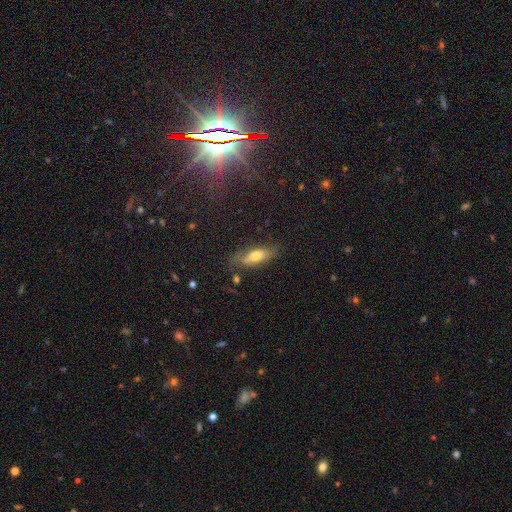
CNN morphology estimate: smooth-or-featured: smooth: 60% | featured or disk: 30% | star or artifact: 9%
  how-rounded: in between: 60% | cigar-shaped: 37% | round: 3%
  merging: none: 69% | minor disturbance: 21% | major disturbance: 7% | merger: 3%